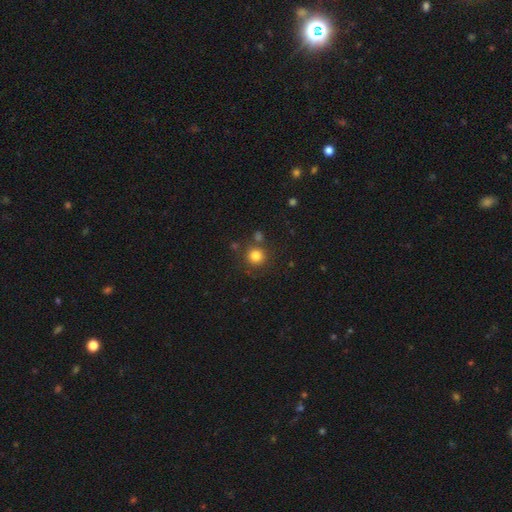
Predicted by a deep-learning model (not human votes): Smooth or featured?
  - smooth: 81% *
  - star or artifact: 13%
  - featured or disk: 6%
How rounded?
  - round: 94% *
  - in between: 5%
  - cigar-shaped: 1%
Merging?
  - none: 79% *
  - minor disturbance: 9%
  - merger: 8%
  - major disturbance: 3%